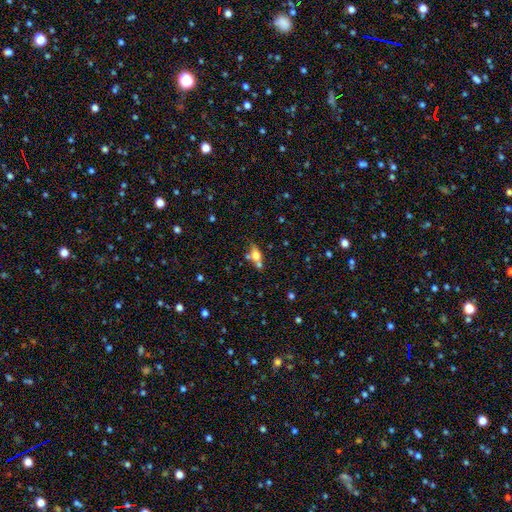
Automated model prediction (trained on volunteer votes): A smooth galaxy with no disk features (61%) that is in between round and cigar-shaped (67%).

Vote fractions:
- Smooth or featured? smooth: 61% / featured or disk: 27% / star or artifact: 12%
- How rounded? in between: 67% / round: 18% / cigar-shaped: 15%
- Merging? none: 47% / merger: 33% / minor disturbance: 14% / major disturbance: 7%